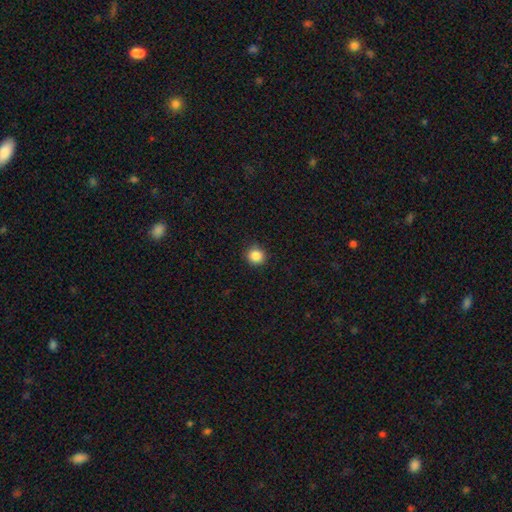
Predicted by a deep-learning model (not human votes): Overall: smooth (87%). How rounded: round (92%). Merging: none (91%).